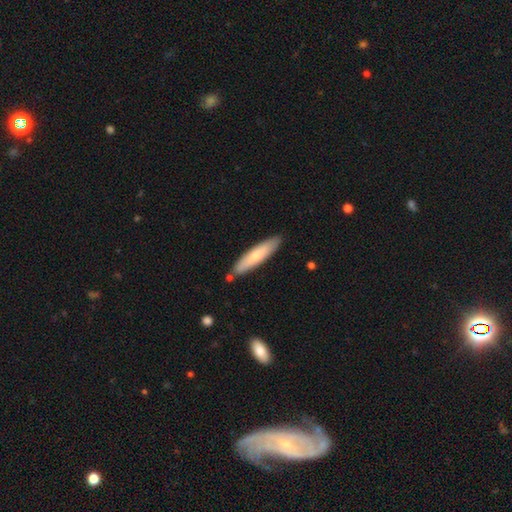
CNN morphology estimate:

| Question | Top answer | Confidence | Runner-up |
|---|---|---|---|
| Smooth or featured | smooth | 68% | featured or disk (26%) |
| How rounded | cigar-shaped | 81% | in between (18%) |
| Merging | none | 84% | minor disturbance (11%) |